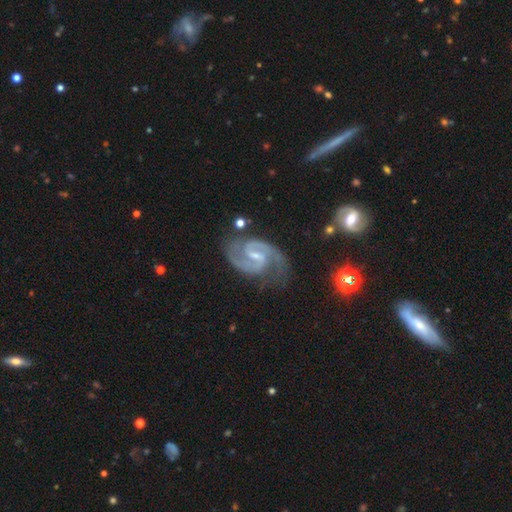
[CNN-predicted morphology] The model was most divided on "bar": weak: 56%, strong: 29%, no: 15%. More confident: spiral arms — yes (98%); edge-on disk — no (98%); spiral arm count — 2 (93%); smooth or featured — featured or disk (93%); merging — none (70%); spiral winding — medium (63%); bulge size — small (62%).